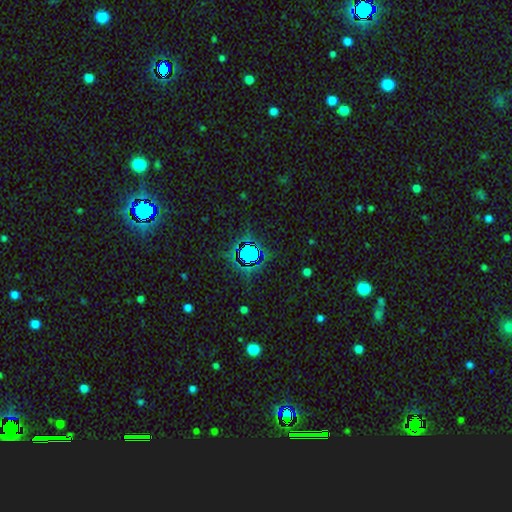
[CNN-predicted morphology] type=star or artifact (69%).